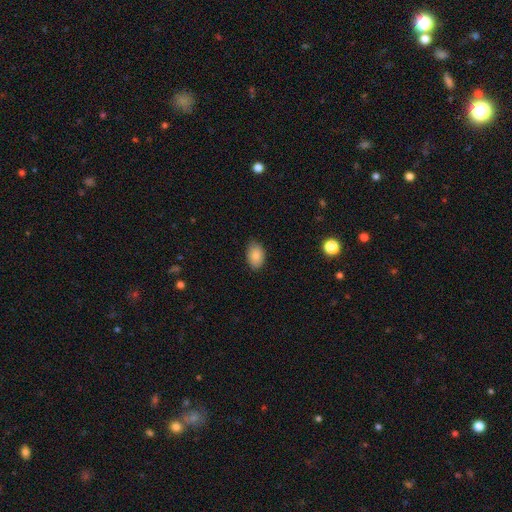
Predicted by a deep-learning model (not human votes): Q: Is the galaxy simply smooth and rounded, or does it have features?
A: smooth — 84%.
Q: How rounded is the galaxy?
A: in between — 87%.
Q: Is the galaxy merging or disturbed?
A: none — 81%.